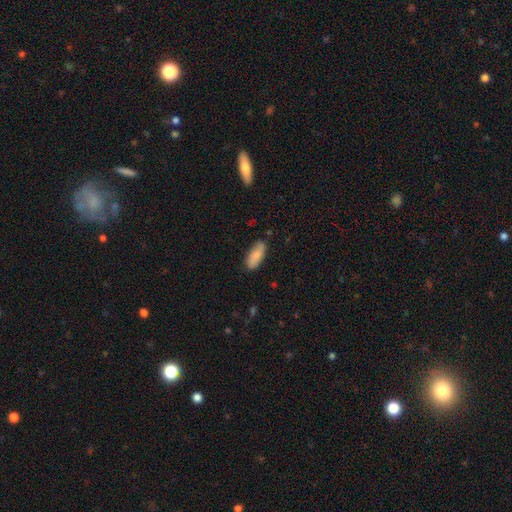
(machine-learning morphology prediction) smooth 80%, featured or disk 14%, star or artifact 6%. Down the decision tree: how rounded — in between (77%); merging — none (79%).